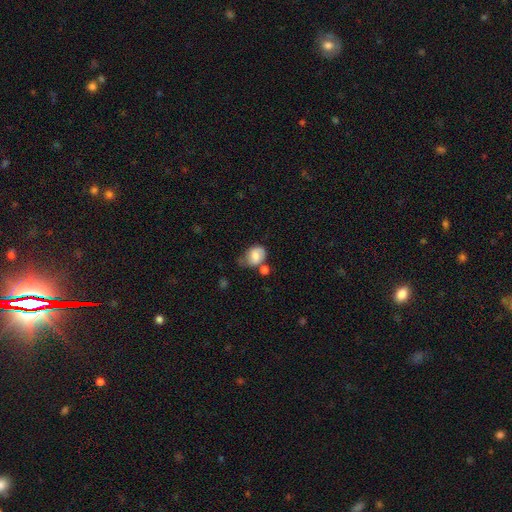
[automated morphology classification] Smooth or featured? Predicted: smooth (p=0.65). How rounded? Predicted: in between (p=0.59). Merging? Predicted: none (p=0.38).